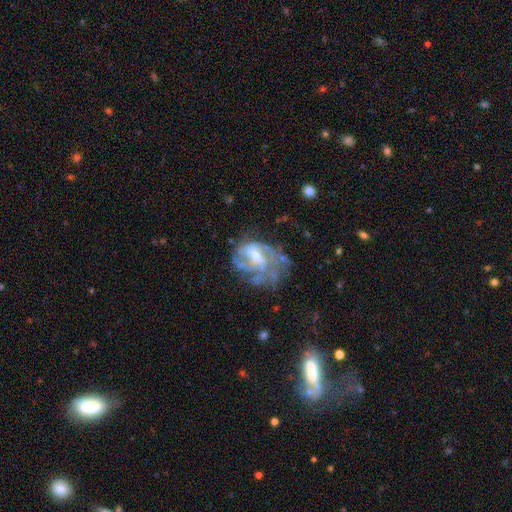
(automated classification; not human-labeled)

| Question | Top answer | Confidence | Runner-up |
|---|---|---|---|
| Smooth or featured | featured or disk | 78% | smooth (14%) |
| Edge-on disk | no | 97% | yes (3%) |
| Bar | weak | 49% | no (36%) |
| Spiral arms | yes | 74% | no (26%) |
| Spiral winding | tight | 42% | medium (39%) |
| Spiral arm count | can't tell | 45% | 2 (23%) |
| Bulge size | moderate | 46% | small (44%) |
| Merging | none | 42% | major disturbance (30%) |